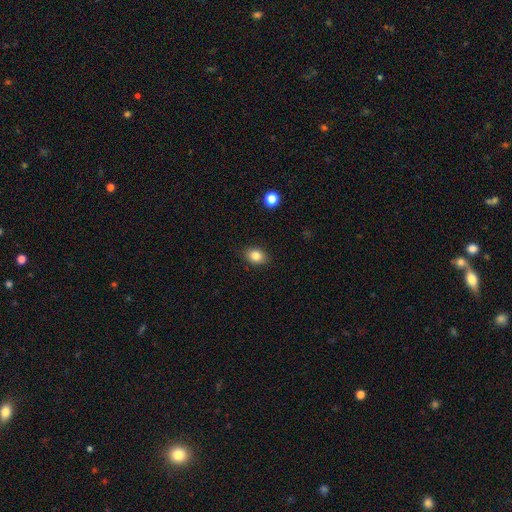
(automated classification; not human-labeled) Q: Smooth or featured?
A: smooth (83%); runner-up: star or artifact (9%)
Q: How rounded?
A: in between (72%); runner-up: round (27%)
Q: Merging?
A: none (86%); runner-up: minor disturbance (10%)